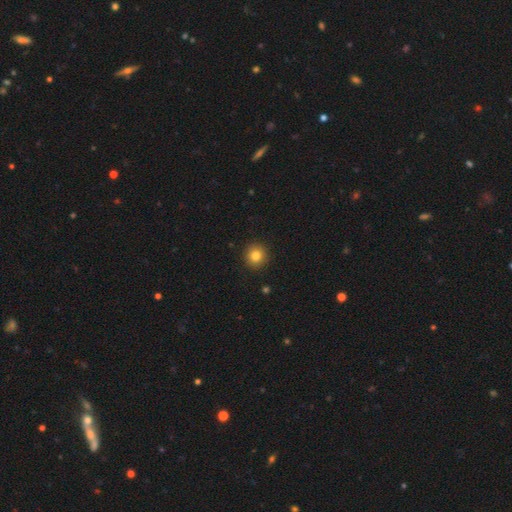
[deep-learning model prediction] Smooth or featured: smooth — 82% (star or artifact — 12%)
How rounded: round — 94% (in between — 5%)
Merging: none — 92% (minor disturbance — 5%)